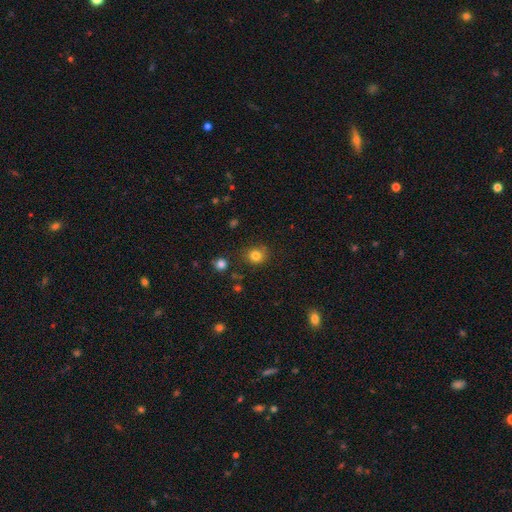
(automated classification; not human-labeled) Smooth or featured?
  - smooth: 81% *
  - star or artifact: 13%
  - featured or disk: 6%
How rounded?
  - round: 79% *
  - in between: 20%
  - cigar-shaped: 1%
Merging?
  - none: 81% *
  - minor disturbance: 12%
  - major disturbance: 3%
  - merger: 3%